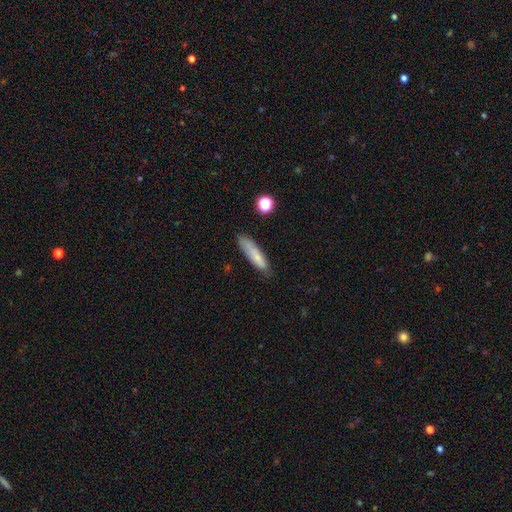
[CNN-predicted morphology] smooth_or_featured: smooth (p=0.76) [alt: featured or disk p=0.17]
how_rounded: cigar-shaped (p=0.77) [alt: in between p=0.21]
merging: none (p=0.75) [alt: minor disturbance p=0.19]